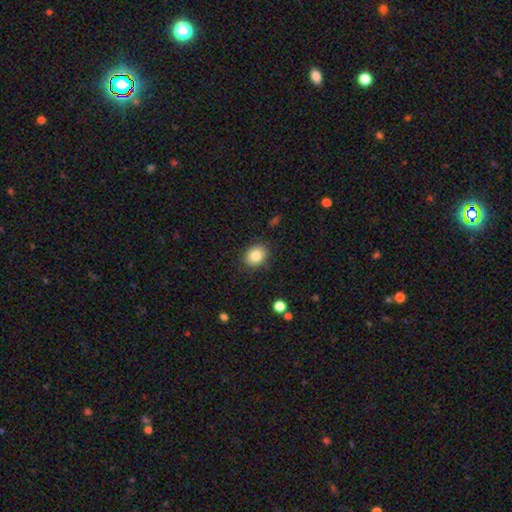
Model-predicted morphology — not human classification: Smooth or featured: smooth — 83% (star or artifact — 9%)
How rounded: in between — 51% (round — 48%)
Merging: none — 87% (minor disturbance — 9%)